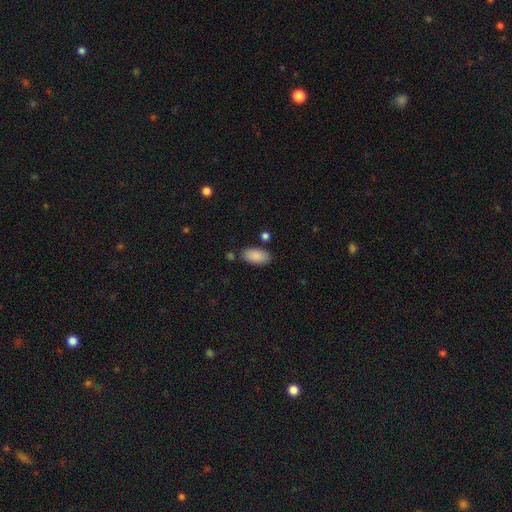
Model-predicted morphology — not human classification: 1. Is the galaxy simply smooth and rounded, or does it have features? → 89% smooth, 6% star or artifact, 5% featured or disk.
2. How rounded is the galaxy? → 94% in between, 4% cigar-shaped, 2% round.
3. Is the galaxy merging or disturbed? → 81% none, 12% minor disturbance, 5% merger, 3% major disturbance.